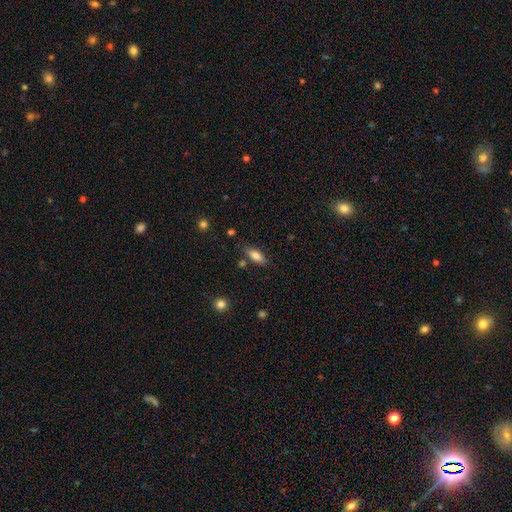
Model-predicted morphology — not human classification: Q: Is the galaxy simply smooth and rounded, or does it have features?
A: smooth — 82%.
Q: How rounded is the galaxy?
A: in between — 79%.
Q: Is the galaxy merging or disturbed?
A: none — 78%.